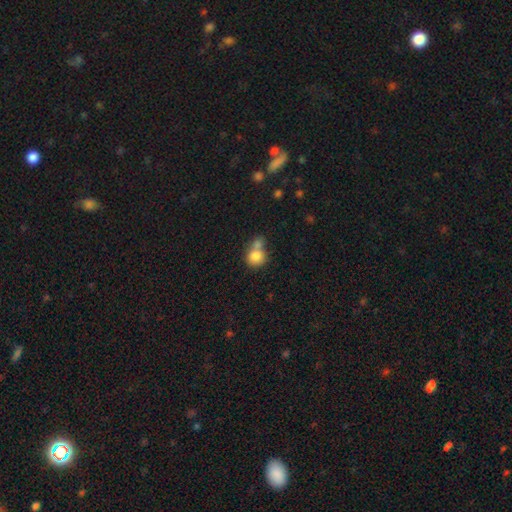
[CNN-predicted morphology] This appears to be a smooth galaxy with no disk features (82%) that is round (78%). Merging: merger (49%).